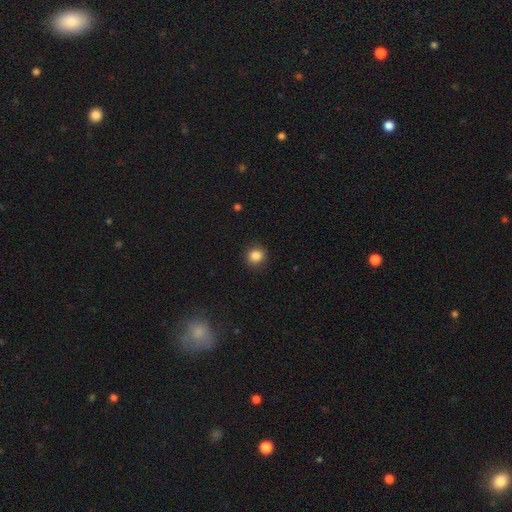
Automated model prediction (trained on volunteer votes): Smooth or featured: smooth — 86% (star or artifact — 10%)
How rounded: round — 86% (in between — 13%)
Merging: none — 89% (minor disturbance — 8%)